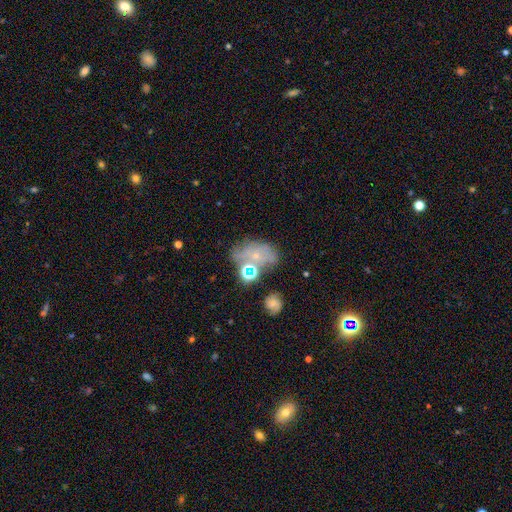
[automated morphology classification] Overall: featured or disk (42%; smooth 37%). Merging: none (42%; merger 23%).